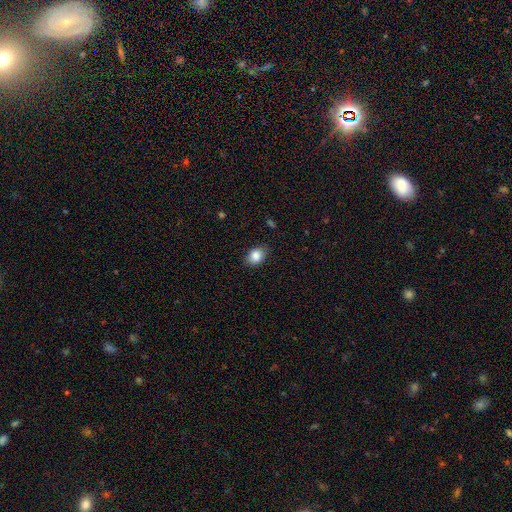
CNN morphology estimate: smooth 86%, star or artifact 9%, featured or disk 6%. Down the decision tree: how rounded — in between (66%); merging — none (85%).